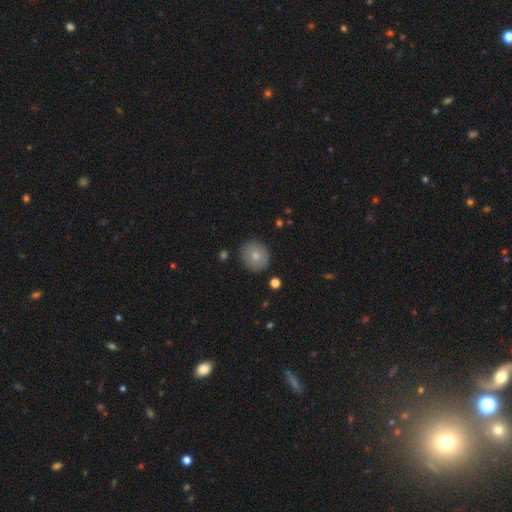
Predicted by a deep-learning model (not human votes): A smooth galaxy with no disk features (76%) that is round (88%). Merging: none (88%).